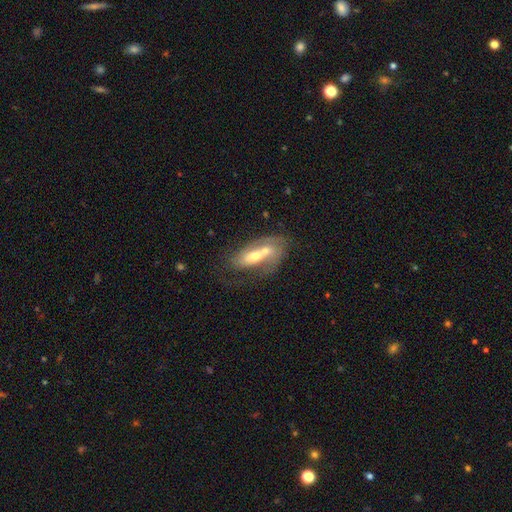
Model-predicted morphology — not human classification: Smooth or featured?
  - featured or disk: 52% *
  - smooth: 41%
  - star or artifact: 7%
Edge-on disk?
  - no: 80% *
  - yes: 20%
Merging?
  - merger: 53% *
  - none: 23%
  - minor disturbance: 13%
  - major disturbance: 12%